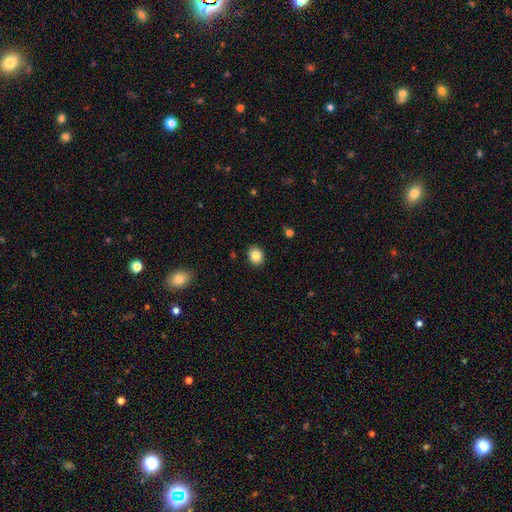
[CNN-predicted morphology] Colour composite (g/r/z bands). It shows a smooth galaxy with no disk features (83%) that is round (54%). Merging: none (90%).